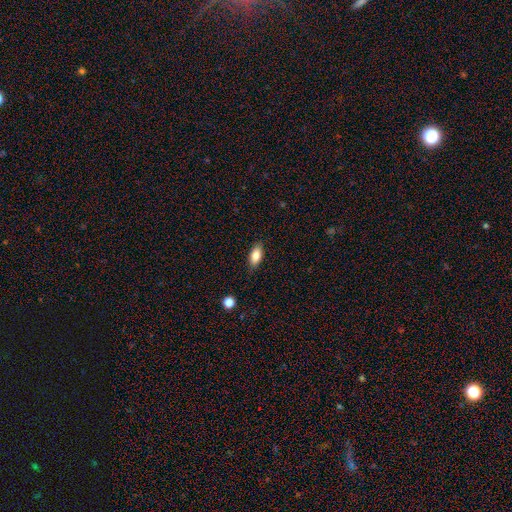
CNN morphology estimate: Smooth or featured? Predicted: smooth (p=0.82). How rounded? Predicted: in between (p=0.86). Merging? Predicted: none (p=0.85).